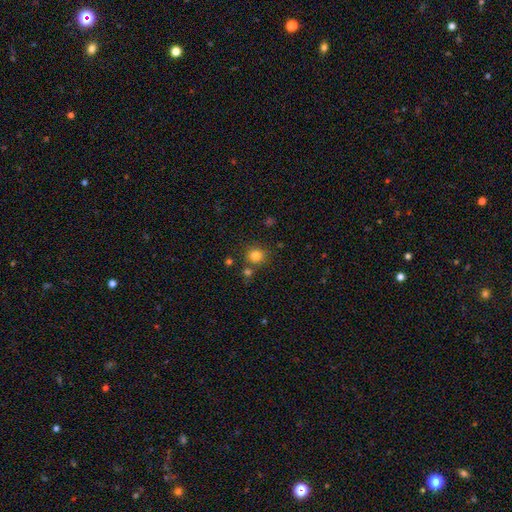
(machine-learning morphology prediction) A smooth galaxy with no disk features (81%) that is round (89%).

Vote fractions:
- Smooth or featured? smooth: 81% / star or artifact: 13% / featured or disk: 6%
- How rounded? round: 89% / in between: 10% / cigar-shaped: 1%
- Merging? none: 77% / merger: 11% / minor disturbance: 9% / major disturbance: 3%